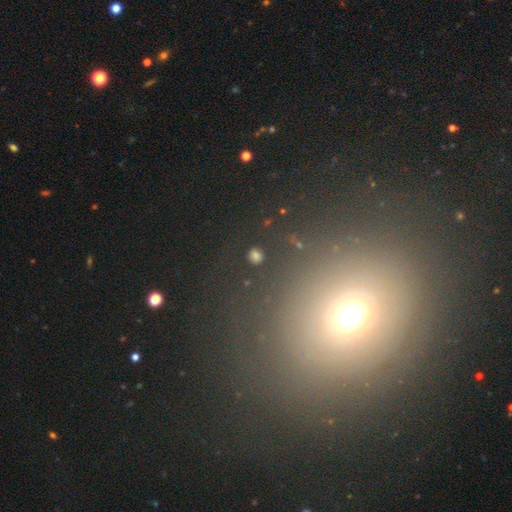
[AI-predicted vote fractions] This is likely a smooth galaxy (70%). How rounded: likely round (79%). Merging: clearly none (87%).